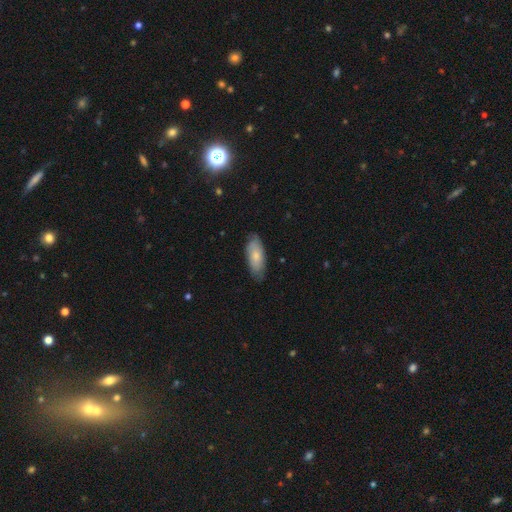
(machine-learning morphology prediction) smooth-or-featured: smooth: 72% | featured or disk: 23% | star or artifact: 6%
  how-rounded: in between: 79% | cigar-shaped: 19% | round: 2%
  merging: none: 78% | minor disturbance: 18% | major disturbance: 3% | merger: 1%